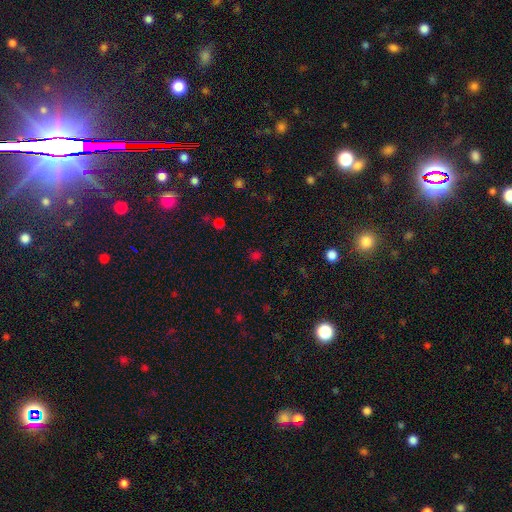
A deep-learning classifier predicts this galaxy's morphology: Q: Smooth or featured?
A: smooth (53%); runner-up: star or artifact (41%)
Q: How rounded?
A: round (80%); runner-up: in between (19%)
Q: Merging?
A: none (80%); runner-up: minor disturbance (11%)